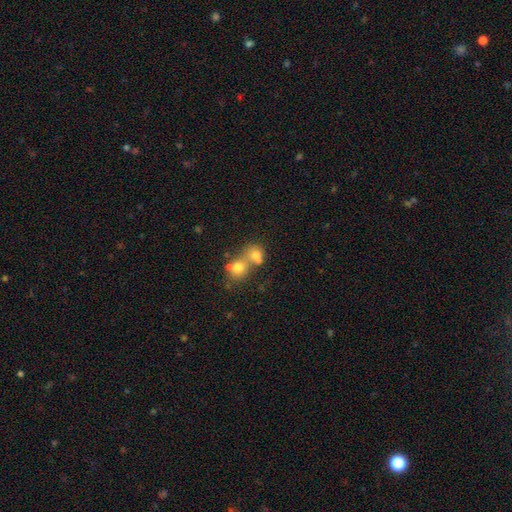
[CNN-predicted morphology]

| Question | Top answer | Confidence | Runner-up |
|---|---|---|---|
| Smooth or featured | smooth | 72% | featured or disk (16%) |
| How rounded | round | 73% | in between (26%) |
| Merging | merger | 60% | none (31%) |